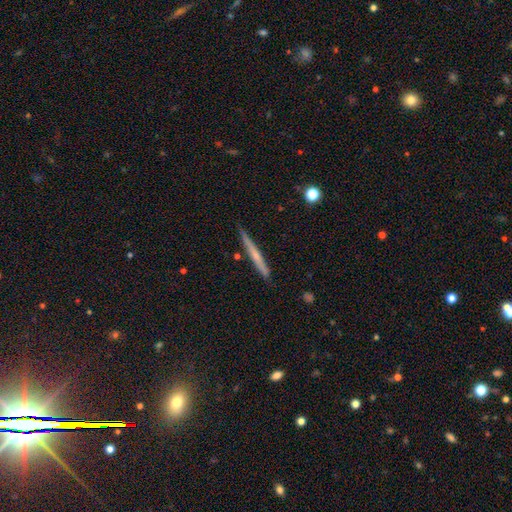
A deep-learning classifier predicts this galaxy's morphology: featured or disk 51%, smooth 43%, star or artifact 6%. Down the decision tree: edge-on disk — yes (97%); merging — none (87%).